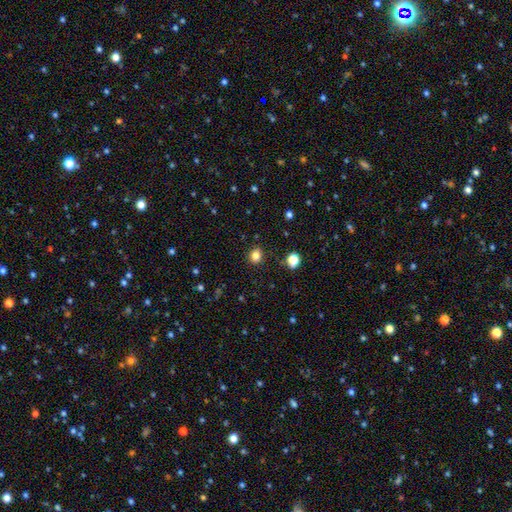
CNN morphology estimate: Smooth or featured?
  - smooth: 82% *
  - star or artifact: 13%
  - featured or disk: 5%
How rounded?
  - round: 74% *
  - in between: 25%
  - cigar-shaped: 1%
Merging?
  - none: 90% *
  - minor disturbance: 7%
  - major disturbance: 2%
  - merger: 1%